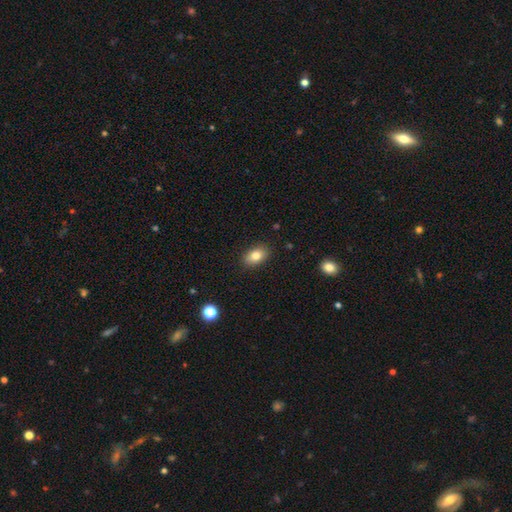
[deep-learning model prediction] Q: Smooth or featured?
A: smooth (81%); runner-up: featured or disk (10%)
Q: How rounded?
A: in between (84%); runner-up: round (14%)
Q: Merging?
A: none (87%); runner-up: minor disturbance (10%)